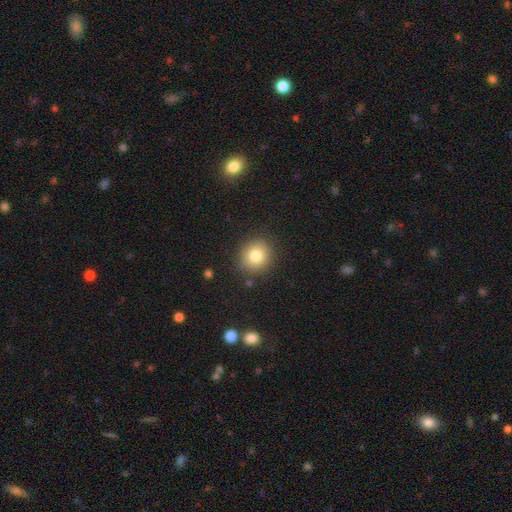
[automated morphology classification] A smooth galaxy with no disk features (80%) that is round (86%).

Vote fractions:
- Smooth or featured? smooth: 80% / star or artifact: 11% / featured or disk: 8%
- How rounded? round: 86% / in between: 13% / cigar-shaped: 1%
- Merging? none: 87% / minor disturbance: 9% / major disturbance: 3% / merger: 2%